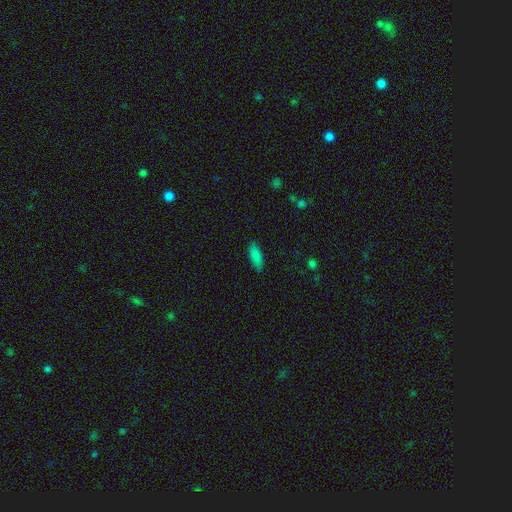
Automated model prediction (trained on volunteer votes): Smooth or featured? smooth (86%)
How rounded? in between (64%)
Merging? none (87%)